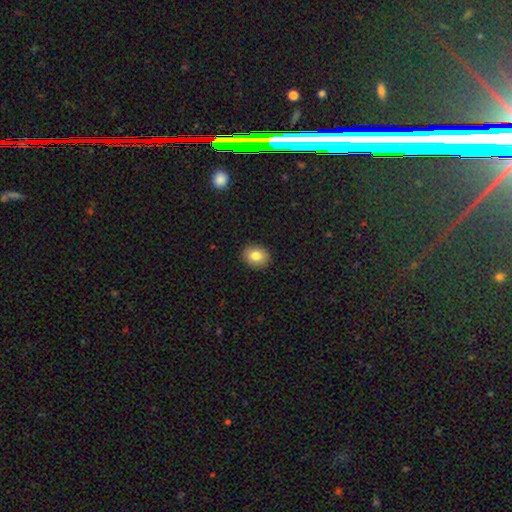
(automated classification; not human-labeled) Smooth or featured?
  - smooth: 82% *
  - star or artifact: 9%
  - featured or disk: 9%
How rounded?
  - round: 57% *
  - in between: 42%
  - cigar-shaped: 1%
Merging?
  - none: 91% *
  - minor disturbance: 7%
  - major disturbance: 2%
  - merger: 1%